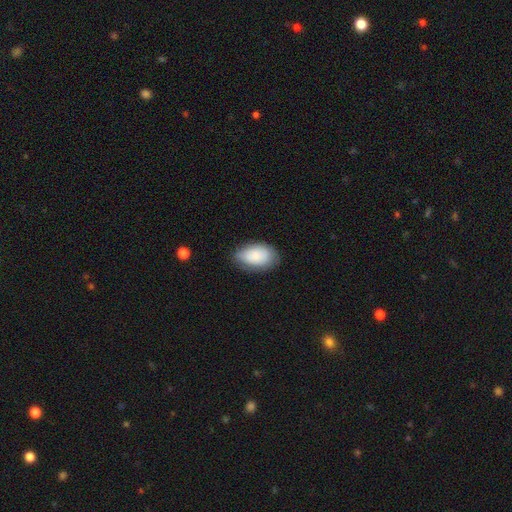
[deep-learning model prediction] smooth-or-featured: smooth: 82% | featured or disk: 11% | star or artifact: 7%
  how-rounded: in between: 93% | round: 6% | cigar-shaped: 1%
  merging: none: 75% | minor disturbance: 20% | major disturbance: 4% | merger: 1%